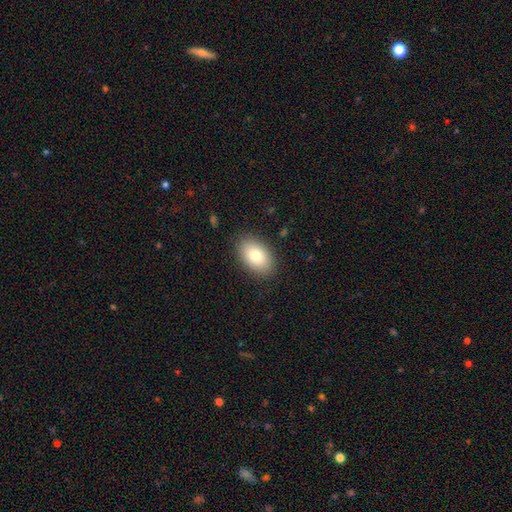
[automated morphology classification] Q: Smooth or featured?
A: smooth (80%); runner-up: featured or disk (12%)
Q: How rounded?
A: in between (91%); runner-up: round (8%)
Q: Merging?
A: none (87%); runner-up: minor disturbance (10%)